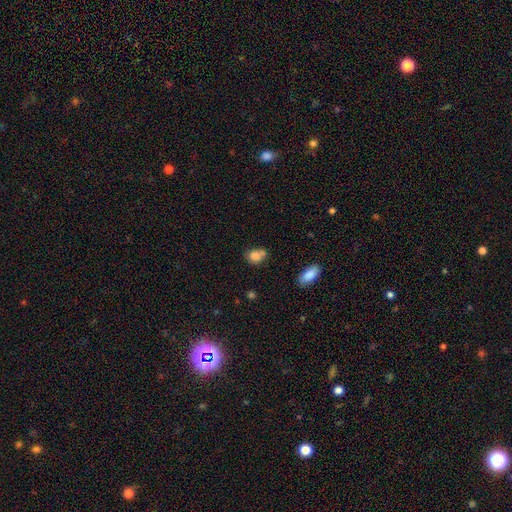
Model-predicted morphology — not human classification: Smooth or featured? Predicted: smooth (p=0.80). How rounded? Predicted: in between (p=0.53). Merging? Predicted: none (p=0.49).